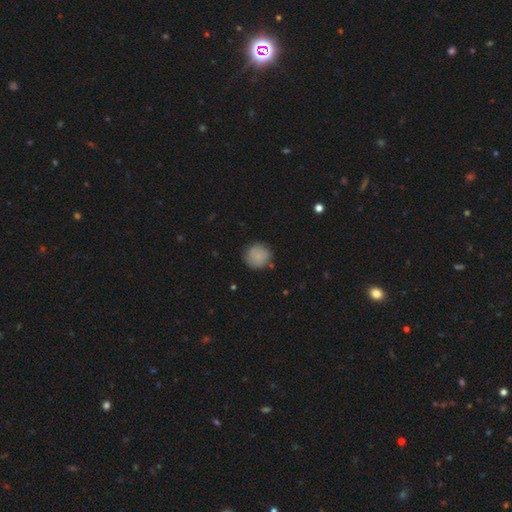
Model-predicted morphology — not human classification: The model was most divided on "merging": none: 82%, minor disturbance: 13%, major disturbance: 3%, merger: 2%. More confident: how rounded — round (93%); smooth or featured — smooth (81%).